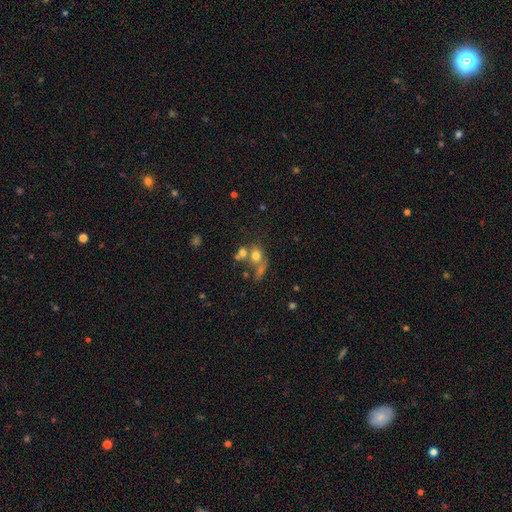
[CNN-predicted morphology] Smooth or featured?
  - smooth: 66% *
  - featured or disk: 19%
  - star or artifact: 15%
How rounded?
  - round: 60% *
  - in between: 38%
  - cigar-shaped: 2%
Merging?
  - merger: 47% *
  - none: 30%
  - major disturbance: 12%
  - minor disturbance: 11%